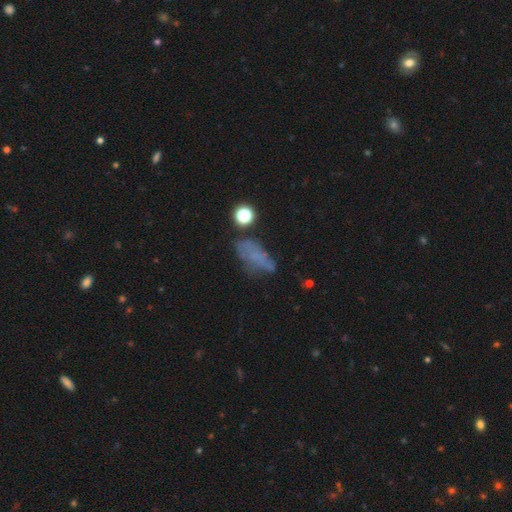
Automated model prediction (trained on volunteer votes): Morphology: type=smooth (50%); merging=none (47%).